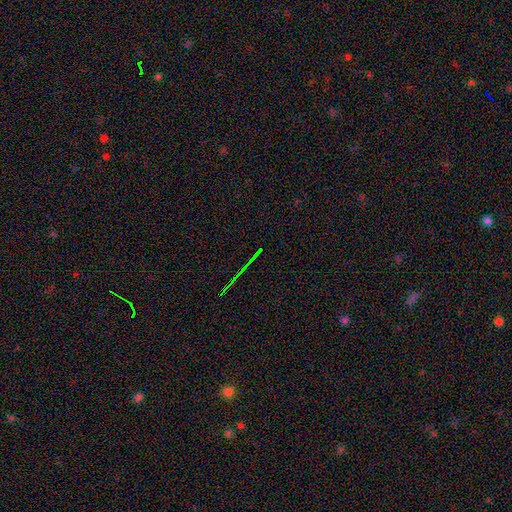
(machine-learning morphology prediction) This is likely a star or artifact rather than a galaxy (78%).